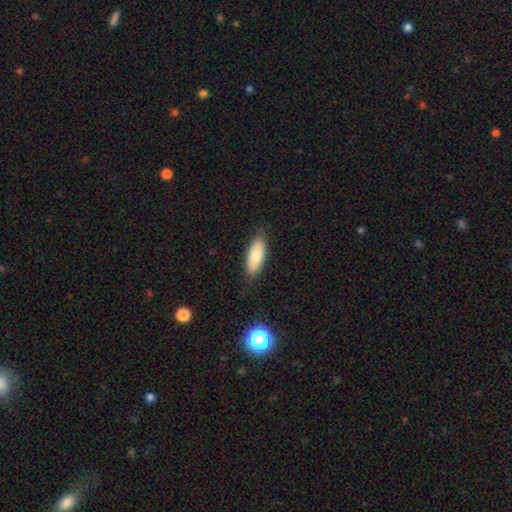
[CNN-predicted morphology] Smooth or featured?
  - smooth: 82% *
  - featured or disk: 12%
  - star or artifact: 6%
How rounded?
  - in between: 77% *
  - cigar-shaped: 21%
  - round: 2%
Merging?
  - none: 83% *
  - minor disturbance: 13%
  - major disturbance: 2%
  - merger: 1%